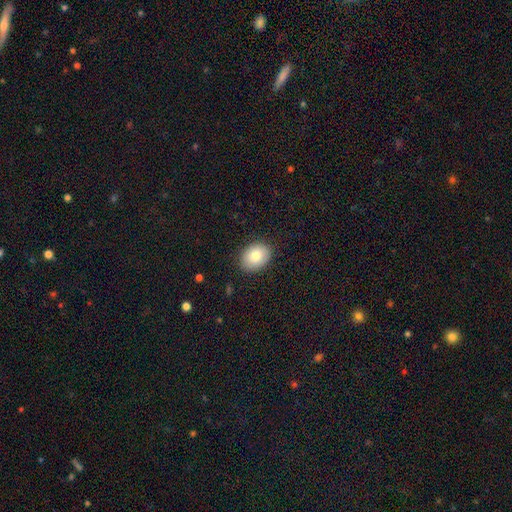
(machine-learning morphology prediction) A smooth galaxy with no disk features (81%) that is in between round and cigar-shaped (66%). Merging: none (87%).